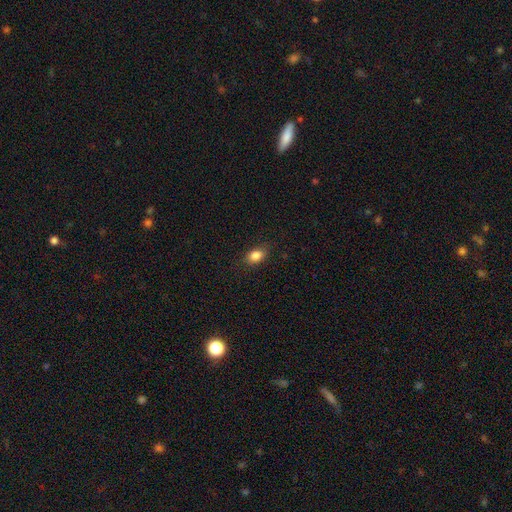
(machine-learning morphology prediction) Smooth or featured? Predicted: smooth (p=0.85). How rounded? Predicted: in between (p=0.78). Merging? Predicted: none (p=0.84).